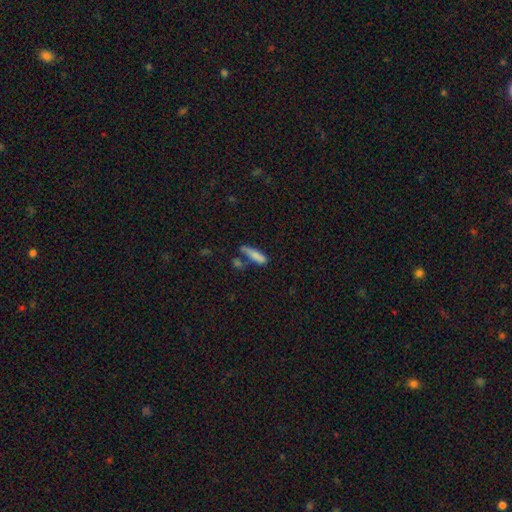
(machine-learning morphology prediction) This appears to be a smooth galaxy with no disk features (77%) that is cigar-shaped (69%). Merging: none (49%).